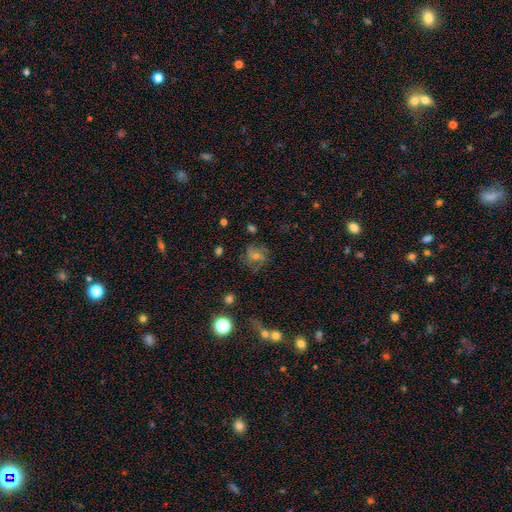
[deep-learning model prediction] This appears to be a featured or disk galaxy (47%). Merging: none (73%).